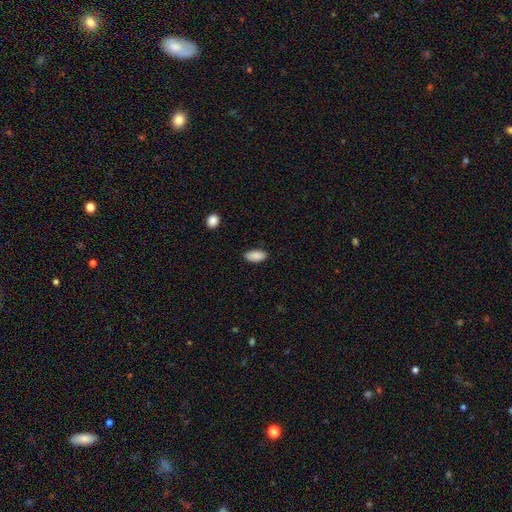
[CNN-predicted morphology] Smooth or featured? smooth (89%)
How rounded? in between (92%)
Merging? none (86%)